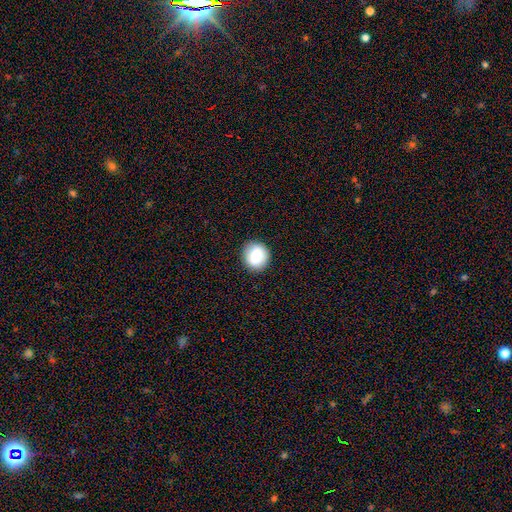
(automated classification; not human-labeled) smooth 80%, featured or disk 12%, star or artifact 8%. Down the decision tree: how rounded — round (90%); merging — none (90%).